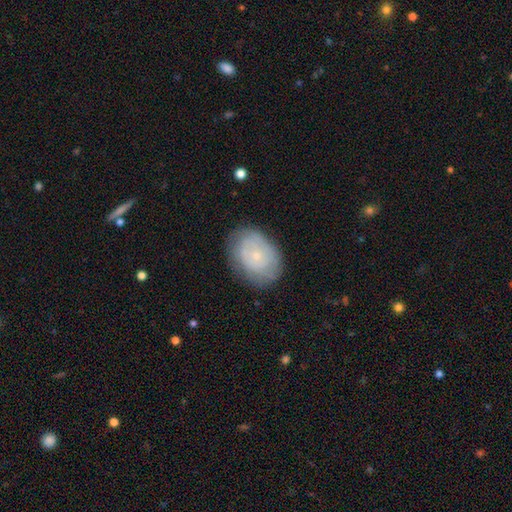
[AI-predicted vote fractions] smooth_or_featured: smooth (p=0.48) [alt: featured or disk p=0.45]
merging: none (p=0.74) [alt: minor disturbance p=0.19]